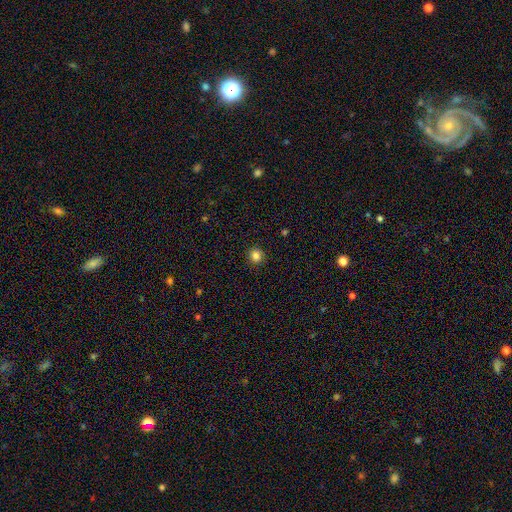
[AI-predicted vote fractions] The model was most divided on "smooth or featured": smooth: 84%, star or artifact: 12%, featured or disk: 4%. More confident: merging — none (91%); how rounded — round (89%).